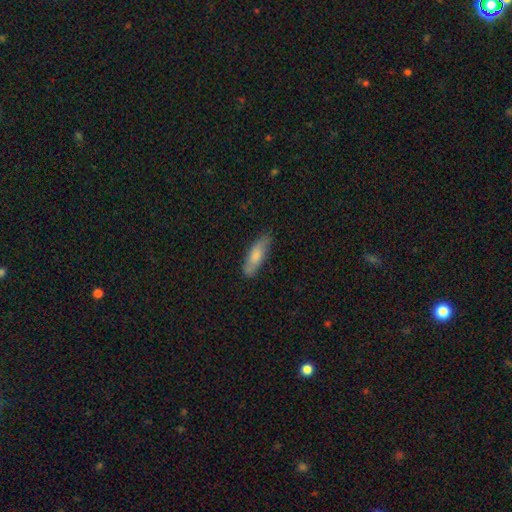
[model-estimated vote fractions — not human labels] A smooth galaxy with no disk features (76%) that is cigar-shaped (51%). Merging: none (81%).